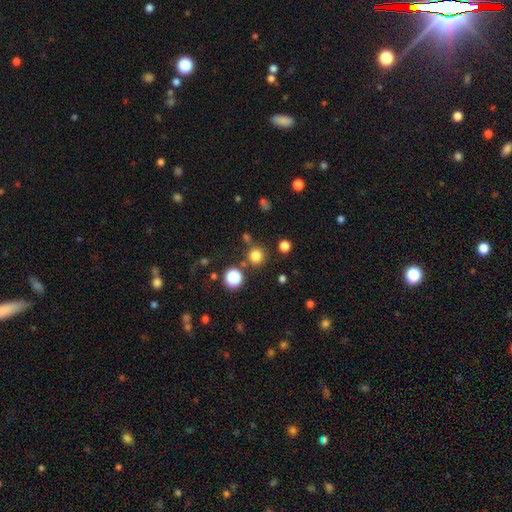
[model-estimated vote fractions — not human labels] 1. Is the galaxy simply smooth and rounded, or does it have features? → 79% smooth, 16% star or artifact, 5% featured or disk.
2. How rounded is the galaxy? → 93% round, 6% in between, 1% cigar-shaped.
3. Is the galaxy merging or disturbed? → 82% none, 8% minor disturbance, 7% merger, 3% major disturbance.